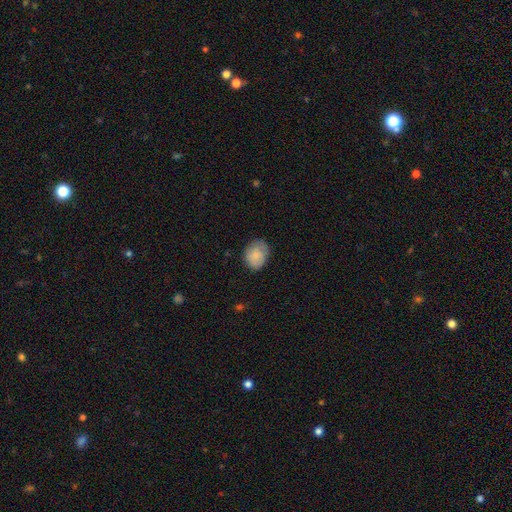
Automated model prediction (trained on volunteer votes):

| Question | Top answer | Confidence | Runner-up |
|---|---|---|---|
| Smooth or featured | smooth | 82% | featured or disk (11%) |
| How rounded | in between | 54% | round (45%) |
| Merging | none | 71% | minor disturbance (23%) |